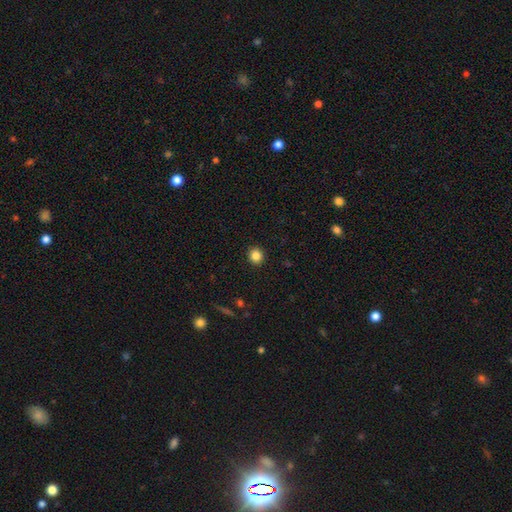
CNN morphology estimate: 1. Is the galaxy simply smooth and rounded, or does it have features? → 85% smooth, 11% star or artifact, 4% featured or disk.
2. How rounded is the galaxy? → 87% round, 12% in between, 1% cigar-shaped.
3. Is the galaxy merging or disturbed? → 92% none, 5% minor disturbance, 2% major disturbance, 1% merger.